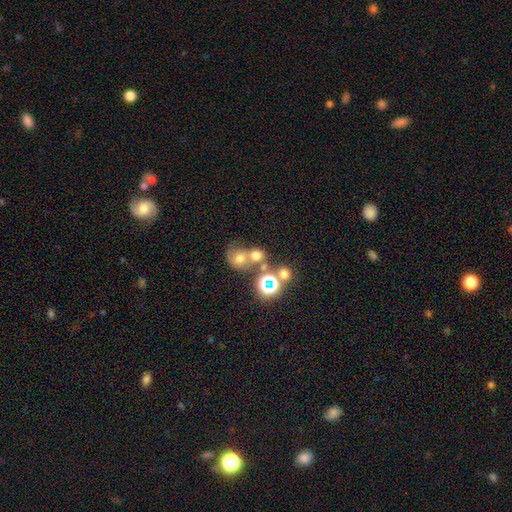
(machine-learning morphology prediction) Smooth or featured?
  - smooth: 62% *
  - star or artifact: 23%
  - featured or disk: 15%
How rounded?
  - round: 74% *
  - in between: 25%
  - cigar-shaped: 1%
Merging?
  - merger: 43% *
  - none: 42%
  - minor disturbance: 9%
  - major disturbance: 6%